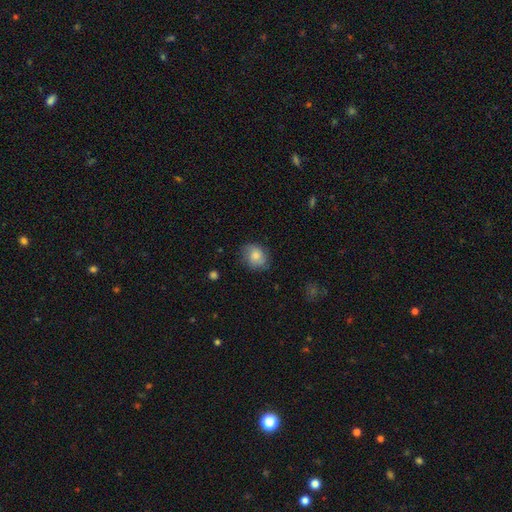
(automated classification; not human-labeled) This is likely a smooth galaxy (78%). How rounded: possibly round (53%). Merging: likely none (74%).